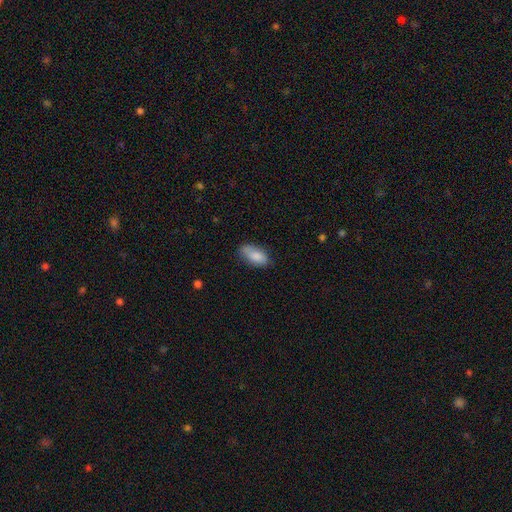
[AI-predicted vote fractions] A smooth galaxy with no disk features (84%) that is in between round and cigar-shaped (91%).

Vote fractions:
- Smooth or featured? smooth: 84% / featured or disk: 9% / star or artifact: 7%
- How rounded? in between: 91% / cigar-shaped: 6% / round: 3%
- Merging? none: 69% / minor disturbance: 25% / major disturbance: 5% / merger: 2%